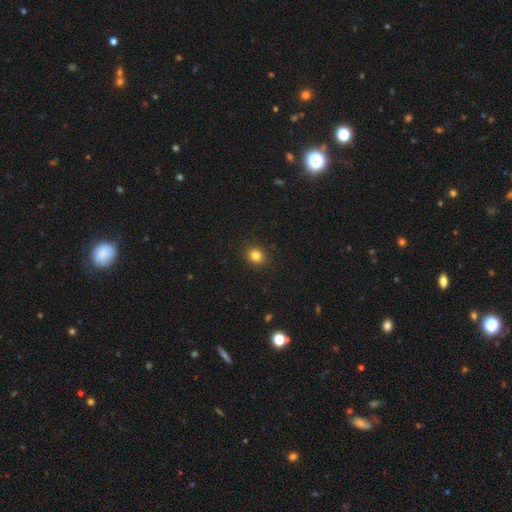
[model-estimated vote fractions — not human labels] The model was most divided on "how rounded": round: 70%, in between: 29%, cigar-shaped: 1%. More confident: merging — none (90%); smooth or featured — smooth (83%).